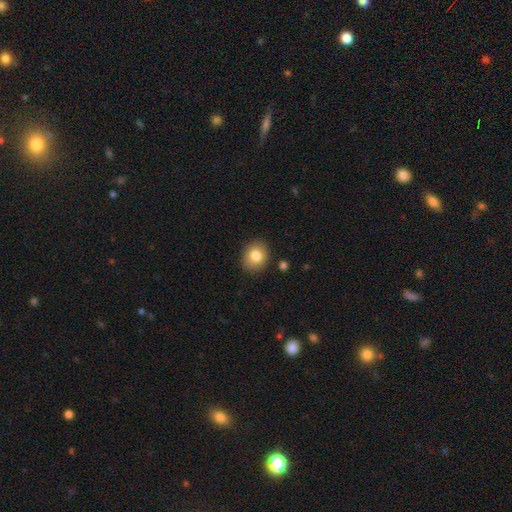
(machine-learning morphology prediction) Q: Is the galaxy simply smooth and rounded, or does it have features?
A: smooth — 82%.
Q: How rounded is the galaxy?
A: round — 64%.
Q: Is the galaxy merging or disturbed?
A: none — 87%.